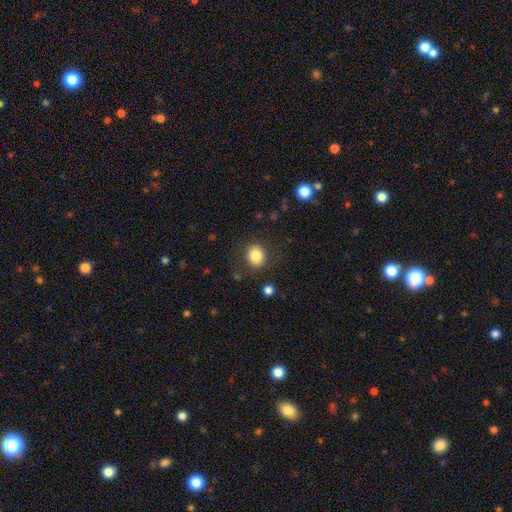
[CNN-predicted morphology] Q: Smooth or featured?
A: smooth (83%); runner-up: star or artifact (10%)
Q: How rounded?
A: round (71%); runner-up: in between (28%)
Q: Merging?
A: none (83%); runner-up: minor disturbance (10%)